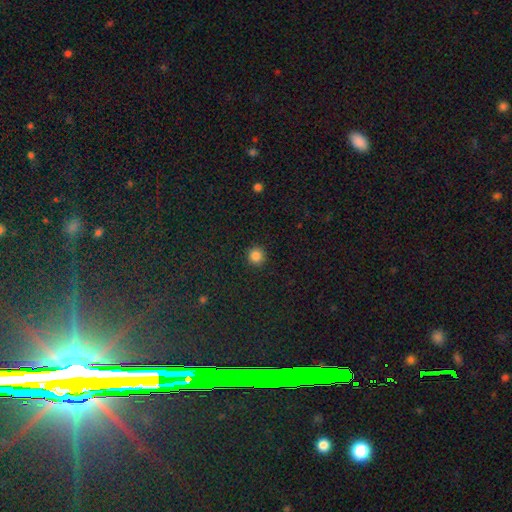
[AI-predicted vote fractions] smooth 85%, star or artifact 12%, featured or disk 4%. Down the decision tree: how rounded — round (95%); merging — none (92%).